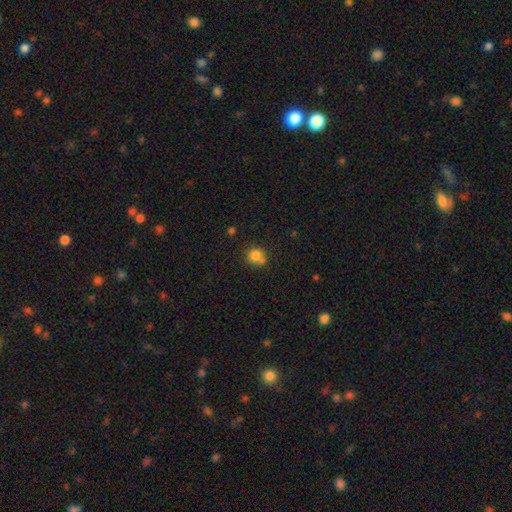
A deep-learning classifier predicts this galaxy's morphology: Smooth or featured?
  - smooth: 79% *
  - star or artifact: 12%
  - featured or disk: 9%
How rounded?
  - round: 83% *
  - in between: 16%
  - cigar-shaped: 1%
Merging?
  - none: 55% *
  - merger: 25%
  - minor disturbance: 15%
  - major disturbance: 5%